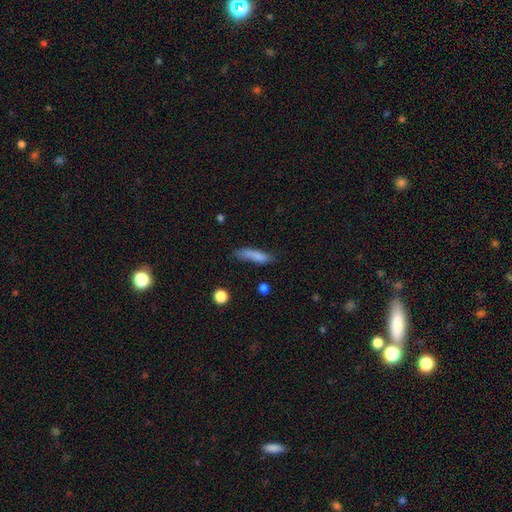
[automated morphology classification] A smooth galaxy with no disk features (82%) that is cigar-shaped (75%). Merging: none (66%).